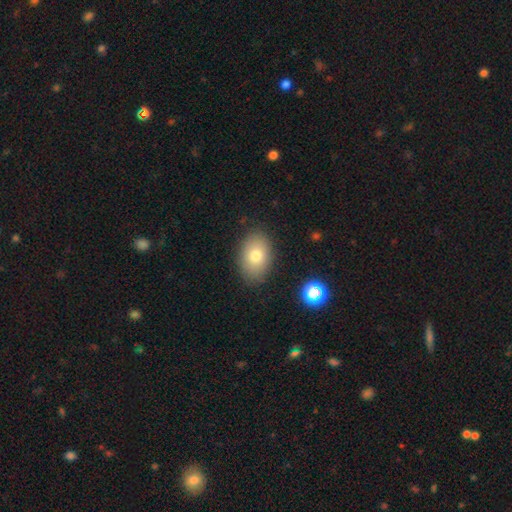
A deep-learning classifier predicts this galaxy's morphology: Q: Smooth or featured?
A: smooth (78%); runner-up: featured or disk (12%)
Q: How rounded?
A: in between (80%); runner-up: round (19%)
Q: Merging?
A: none (85%); runner-up: minor disturbance (10%)